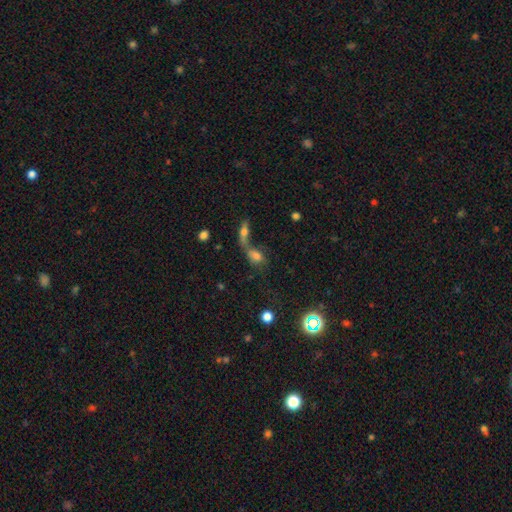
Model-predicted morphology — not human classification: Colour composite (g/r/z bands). It shows a smooth galaxy with no disk features (59%) that is in between round and cigar-shaped (60%). Merging: merger (65%).